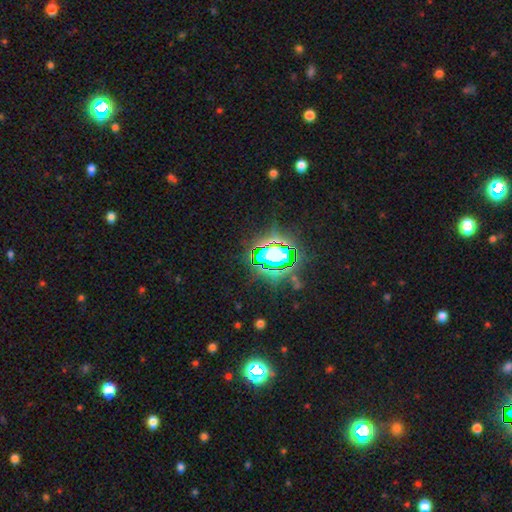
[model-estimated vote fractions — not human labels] Overall: star or artifact (78%).